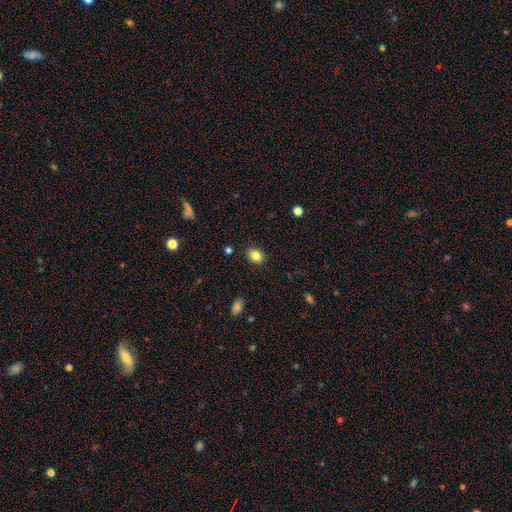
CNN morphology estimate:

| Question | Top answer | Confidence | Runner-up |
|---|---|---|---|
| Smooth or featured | smooth | 84% | star or artifact (10%) |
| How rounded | in between | 60% | round (39%) |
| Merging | none | 89% | minor disturbance (8%) |